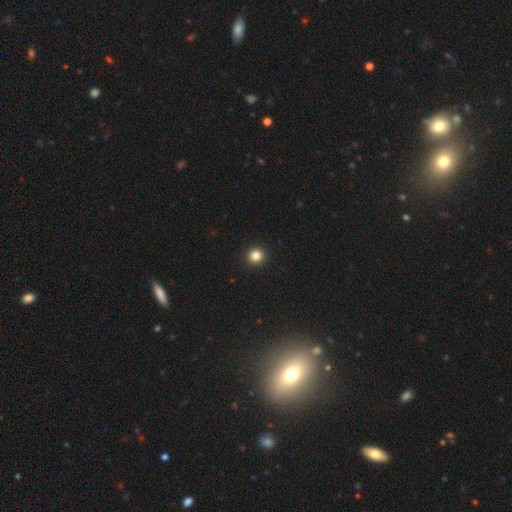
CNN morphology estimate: smooth-or-featured: smooth: 84% | star or artifact: 12% | featured or disk: 4%
  how-rounded: round: 94% | in between: 5% | cigar-shaped: 1%
  merging: none: 93% | minor disturbance: 4% | major disturbance: 1% | merger: 1%